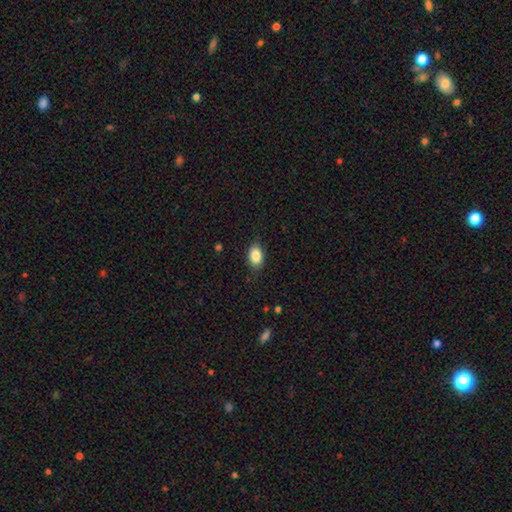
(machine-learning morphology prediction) smooth 87%, star or artifact 8%, featured or disk 5%. Down the decision tree: how rounded — in between (86%); merging — none (84%).